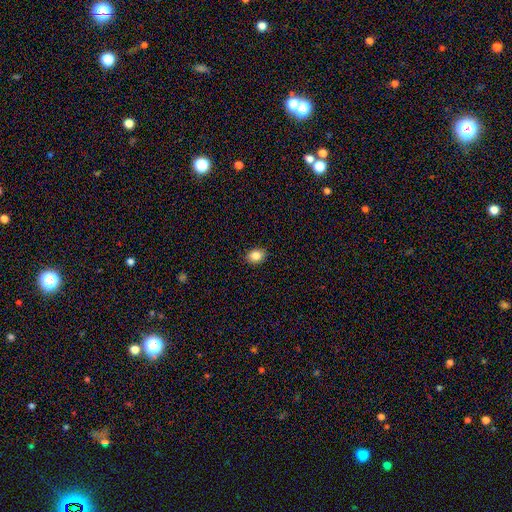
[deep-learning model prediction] smooth_or_featured: smooth (p=0.85) [alt: star or artifact p=0.09]
how_rounded: in between (p=0.58) [alt: round p=0.41]
merging: none (p=0.89) [alt: minor disturbance p=0.08]